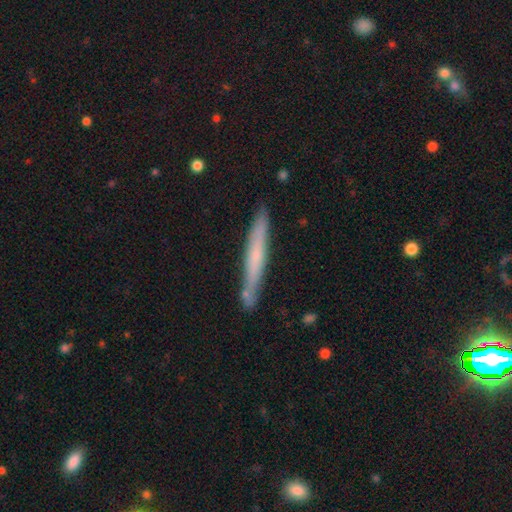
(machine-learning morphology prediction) The model was most divided on "smooth or featured": smooth: 52%, featured or disk: 42%, star or artifact: 6%. More confident: how rounded — cigar-shaped (96%); merging — none (83%).